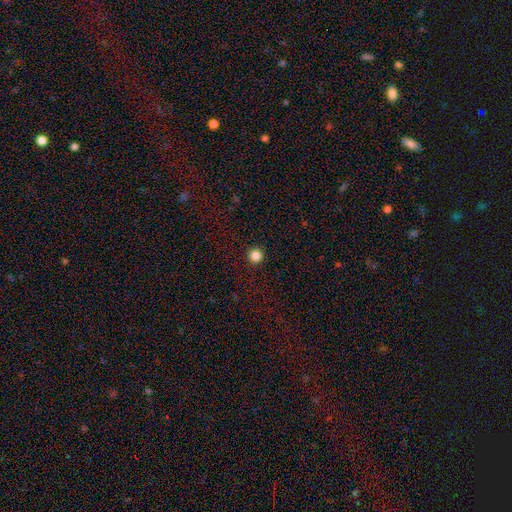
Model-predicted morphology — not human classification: Smooth or featured? Predicted: smooth (p=0.85). How rounded? Predicted: round (p=0.96). Merging? Predicted: none (p=0.94).